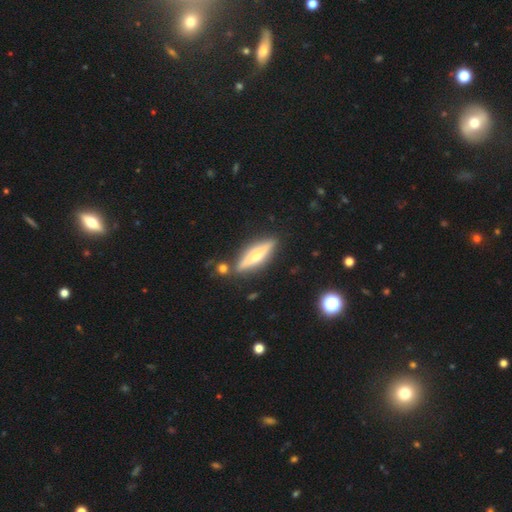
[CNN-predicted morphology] Smooth or featured?
  - featured or disk: 63% *
  - smooth: 31%
  - star or artifact: 6%
Edge-on disk?
  - yes: 93% *
  - no: 7%
Edge-on bulge?
  - rounded: 91% *
  - none: 5%
  - boxy: 4%
Merging?
  - none: 83% *
  - minor disturbance: 10%
  - merger: 5%
  - major disturbance: 2%